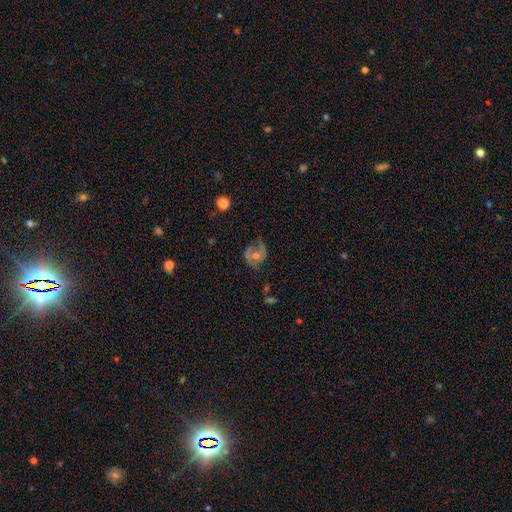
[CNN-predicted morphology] Smooth or featured? Predicted: featured or disk (p=0.70). Edge-on disk? Predicted: no (p=0.97). Bar? Predicted: no (p=0.60). Spiral arms? Predicted: yes (p=0.77). Spiral winding? Predicted: medium (p=0.45). Spiral arm count? Predicted: 2 (p=0.66). Bulge size? Predicted: moderate (p=0.58). Merging? Predicted: none (p=0.59).